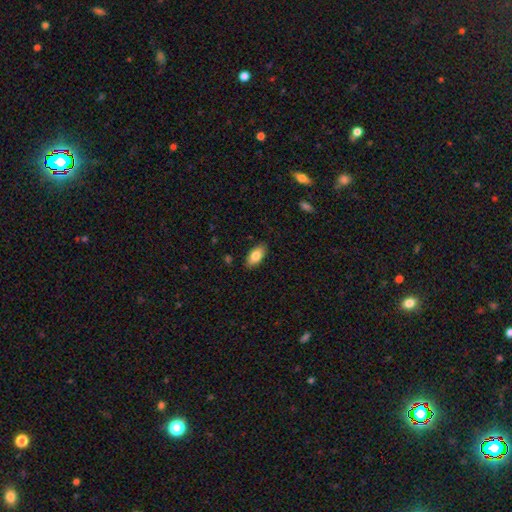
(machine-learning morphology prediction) A smooth galaxy with no disk features (82%) that is in between round and cigar-shaped (92%).

Vote fractions:
- Smooth or featured? smooth: 82% / featured or disk: 11% / star or artifact: 7%
- How rounded? in between: 92% / cigar-shaped: 6% / round: 3%
- Merging? none: 87% / minor disturbance: 10% / major disturbance: 2% / merger: 1%